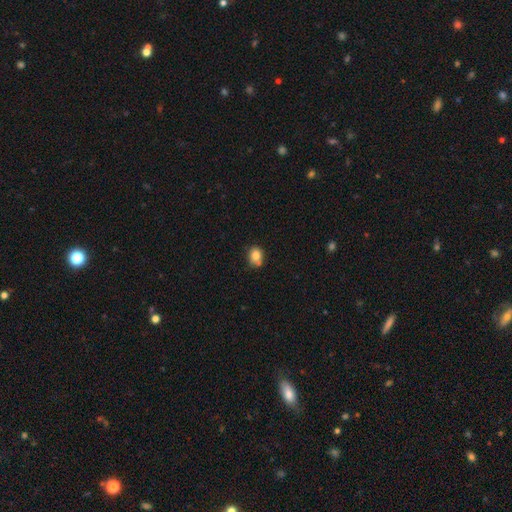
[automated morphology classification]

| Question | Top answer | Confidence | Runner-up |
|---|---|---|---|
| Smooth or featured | smooth | 80% | star or artifact (10%) |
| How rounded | round | 59% | in between (40%) |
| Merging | none | 59% | minor disturbance (23%) |